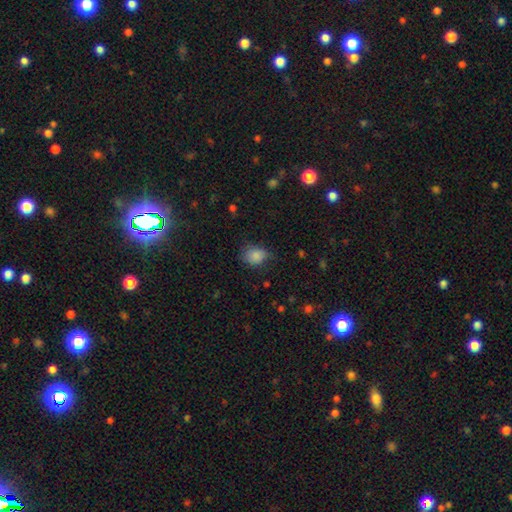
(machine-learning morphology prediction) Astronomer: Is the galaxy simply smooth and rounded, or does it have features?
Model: smooth — 85%.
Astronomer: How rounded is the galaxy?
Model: round — 52% (runner-up: in between, 47%).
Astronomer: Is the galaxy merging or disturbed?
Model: none — 63%.